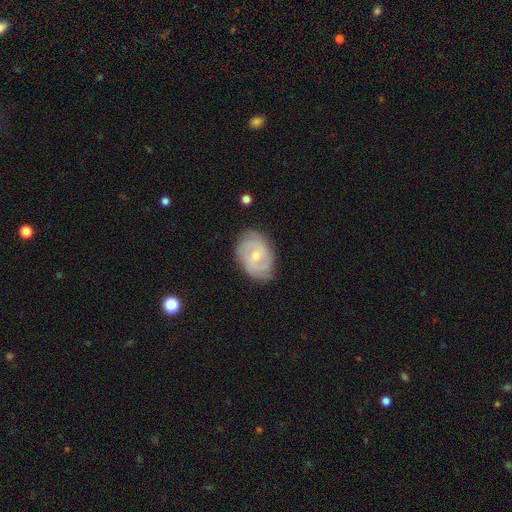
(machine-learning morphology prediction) The model was most divided on "spiral arm count": can't tell: 34%, 2: 32%, 3: 20%, 4: 7%, 1: 4%, more than 4: 4%. More confident: edge-on disk — no (96%); spiral arms — yes (89%); merging — none (79%); smooth or featured — featured or disk (70%); bar — no (64%); spiral winding — tight (59%); bulge size — small (58%).